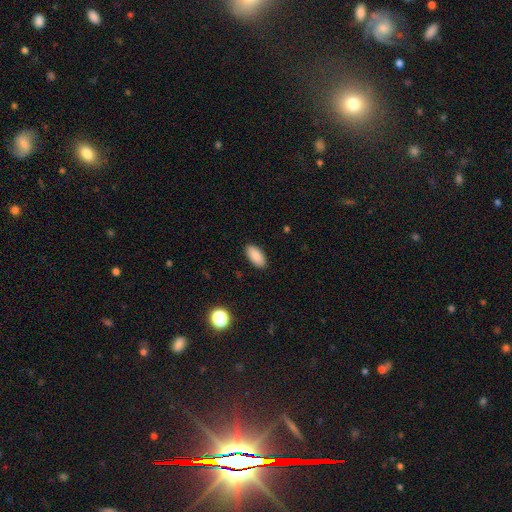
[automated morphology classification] Overall: smooth (89%). How rounded: in between (92%). Merging: none (90%).